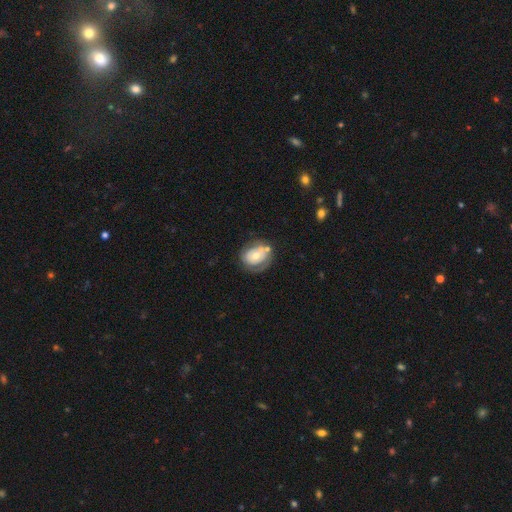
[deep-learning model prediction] Morphology: type=featured or disk (60%); edge-on=no (96%); bar=no (80%); spiral arms=yes (55%); bulge=moderate (57%); merging=none (54%).